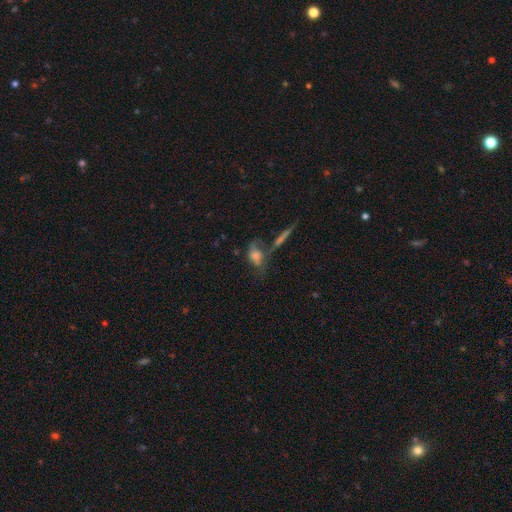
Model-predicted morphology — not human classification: A smooth galaxy with no disk features (57%) that is in between round and cigar-shaped (68%).

Vote fractions:
- Smooth or featured? smooth: 57% / featured or disk: 31% / star or artifact: 12%
- How rounded? in between: 68% / round: 19% / cigar-shaped: 13%
- Merging? none: 32% / merger: 27% / major disturbance: 22% / minor disturbance: 18%